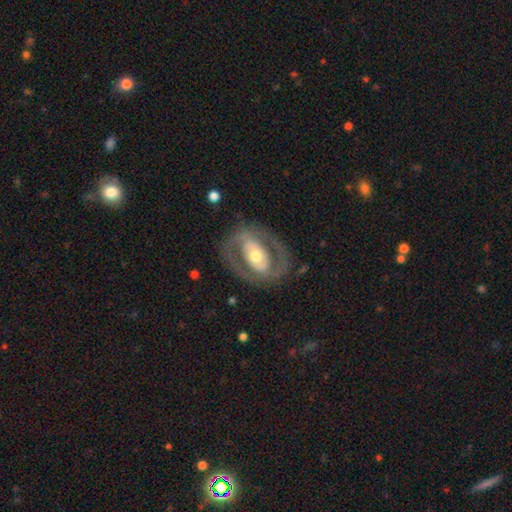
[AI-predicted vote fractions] The model was most divided on "bar": no: 44%, weak: 28%, strong: 27%. More confident: edge-on disk — no (95%); merging — none (77%); smooth or featured — featured or disk (77%); bulge size — moderate (67%); spiral arms — yes (62%).